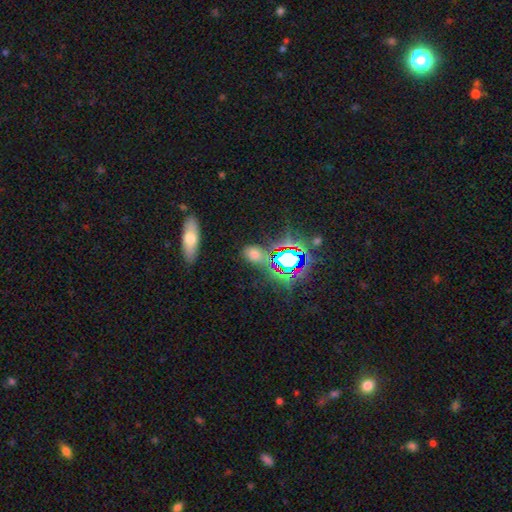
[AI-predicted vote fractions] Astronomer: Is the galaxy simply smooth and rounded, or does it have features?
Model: smooth — 52% (runner-up: star or artifact, 38%).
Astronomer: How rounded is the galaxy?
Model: in between — 68%.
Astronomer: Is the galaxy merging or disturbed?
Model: none — 70%.